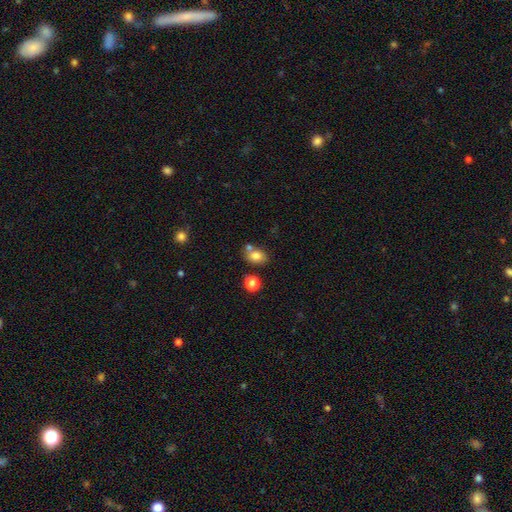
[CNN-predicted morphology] Q: Smooth or featured?
A: smooth (79%); runner-up: star or artifact (11%)
Q: How rounded?
A: in between (68%); runner-up: round (31%)
Q: Merging?
A: none (63%); runner-up: merger (20%)